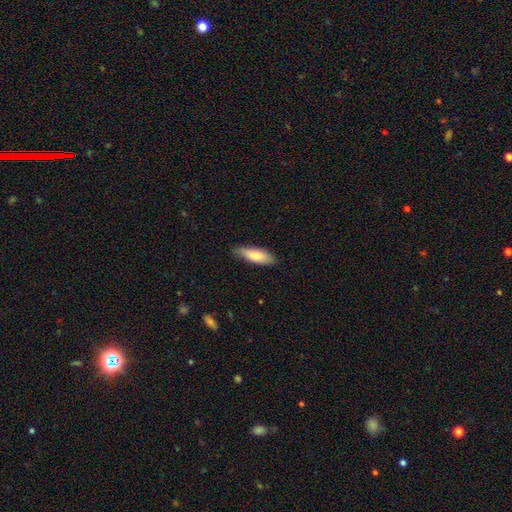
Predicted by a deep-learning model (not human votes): smooth 78%, featured or disk 17%, star or artifact 6%. Down the decision tree: how rounded — in between (59%); merging — none (78%).